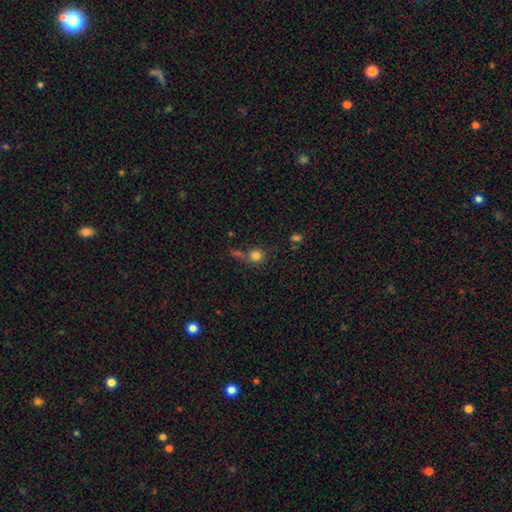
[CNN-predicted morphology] Smooth or featured? smooth (80%)
How rounded? round (86%)
Merging? none (59%)